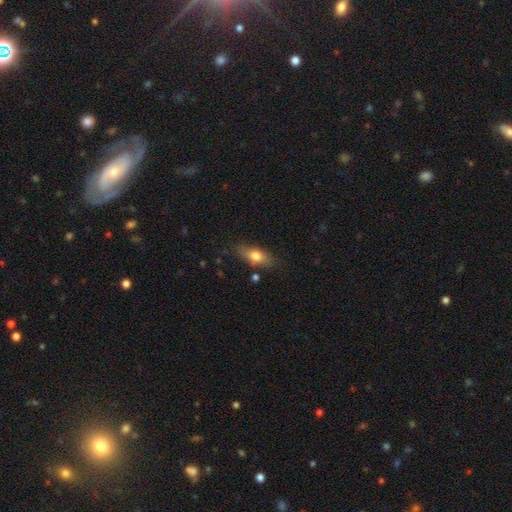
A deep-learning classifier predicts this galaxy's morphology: Smooth or featured: smooth — 70% (featured or disk — 23%)
How rounded: in between — 73% (cigar-shaped — 21%)
Merging: none — 77% (minor disturbance — 16%)